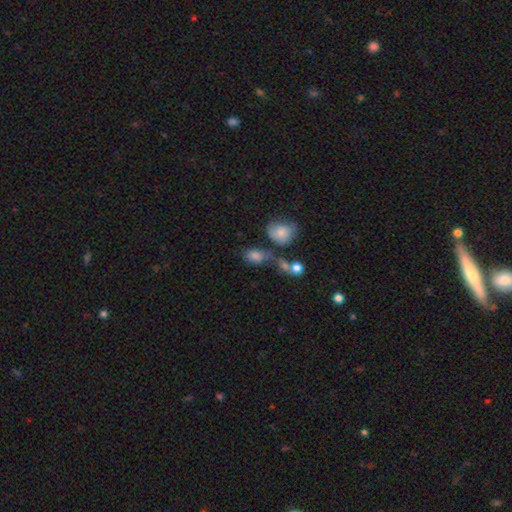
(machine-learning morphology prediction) Overall: smooth (75%). How rounded: in between (78%). Merging: none (35%; merger 34%).